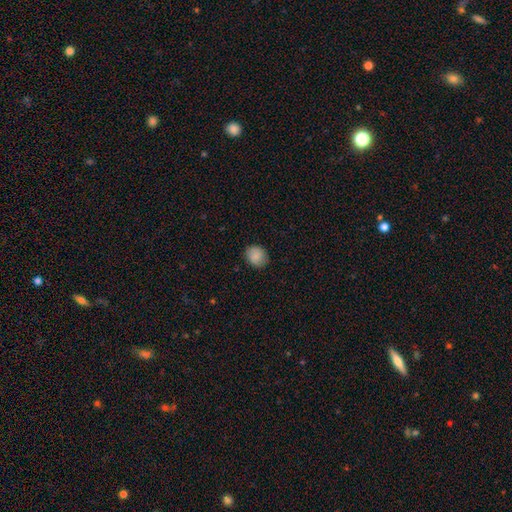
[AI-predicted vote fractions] Overall: smooth (88%). How rounded: round (62%; in between 37%). Merging: none (86%).